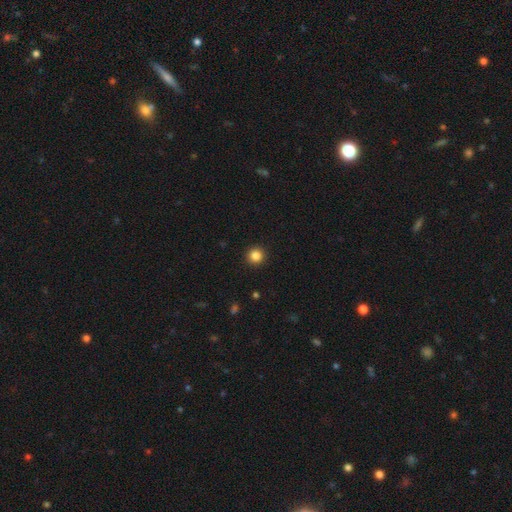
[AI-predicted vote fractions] Smooth or featured? Predicted: smooth (p=0.85). How rounded? Predicted: round (p=0.95). Merging? Predicted: none (p=0.93).